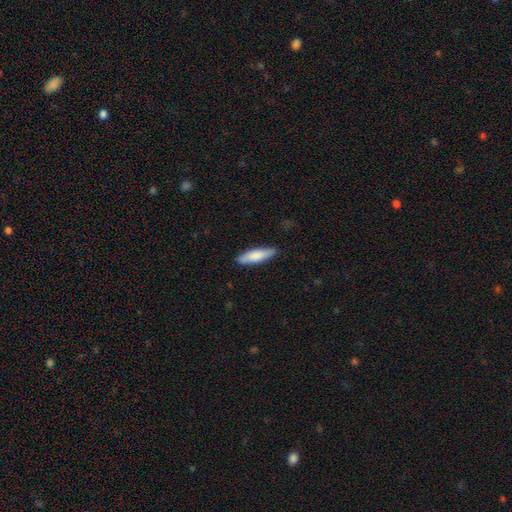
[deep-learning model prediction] smooth 81%, featured or disk 14%, star or artifact 5%. Down the decision tree: how rounded — cigar-shaped (60%); merging — none (86%).